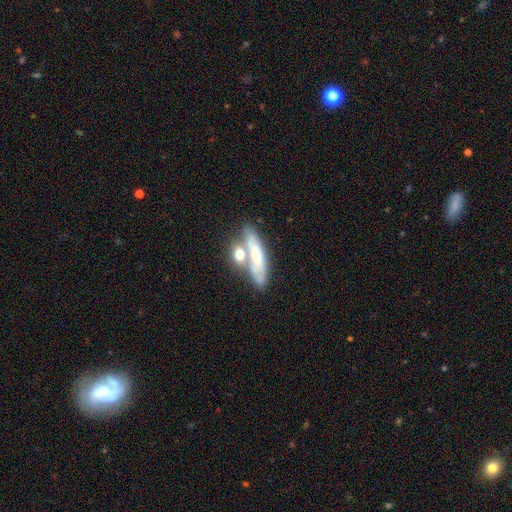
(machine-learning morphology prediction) A smooth galaxy with no disk features (50%).

Vote fractions:
- Smooth or featured? smooth: 50% / featured or disk: 41% / star or artifact: 9%
- Merging? none: 40% / merger: 39% / minor disturbance: 13% / major disturbance: 8%